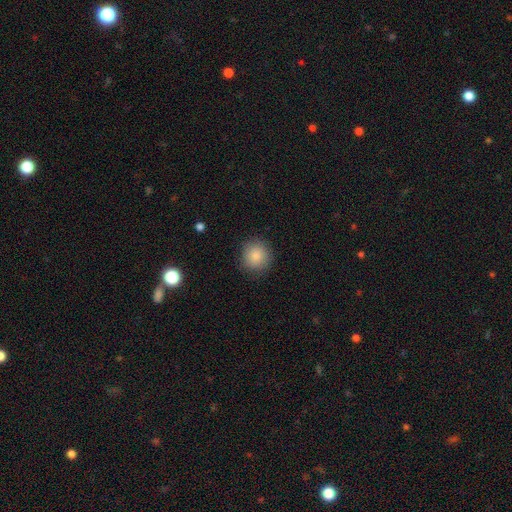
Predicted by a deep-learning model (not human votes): Smooth or featured? Predicted: smooth (p=0.85). How rounded? Predicted: round (p=0.91). Merging? Predicted: none (p=0.87).